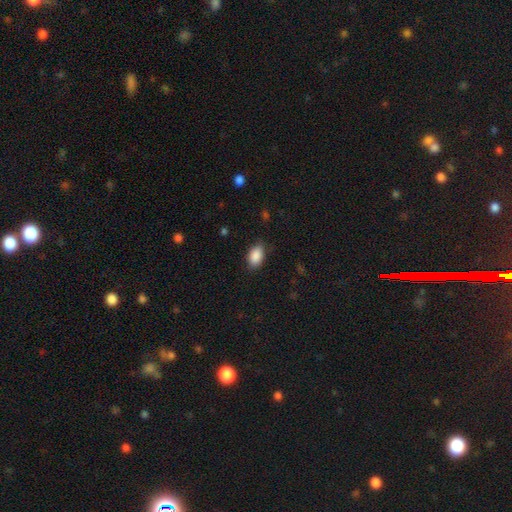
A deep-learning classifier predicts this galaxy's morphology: Smooth or featured? smooth (89%)
How rounded? in between (92%)
Merging? none (82%)